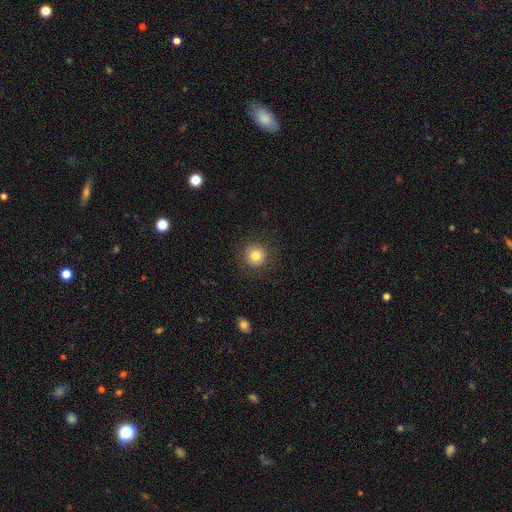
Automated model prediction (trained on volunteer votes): Smooth or featured? Predicted: smooth (p=0.81). How rounded? Predicted: round (p=0.95). Merging? Predicted: none (p=0.89).